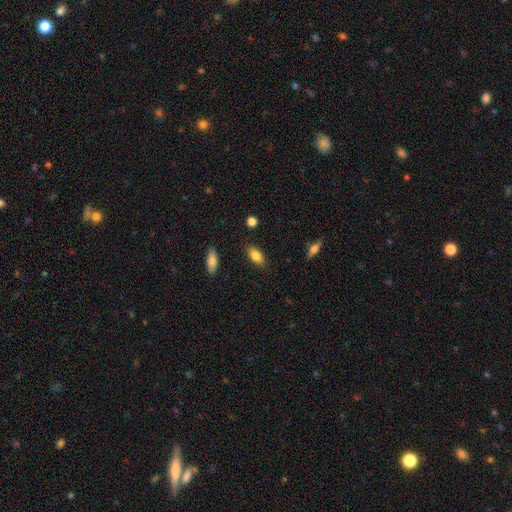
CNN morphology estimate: A smooth galaxy with no disk features (83%) that is in between round and cigar-shaped (88%). Merging: none (86%).